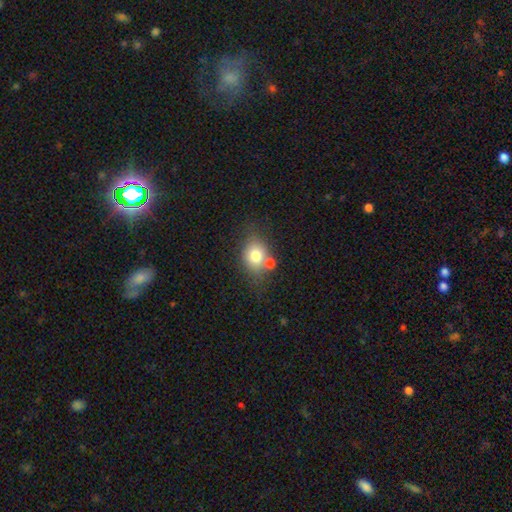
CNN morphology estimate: type=smooth (75%); roundness=round (50%); merging=none (57%).